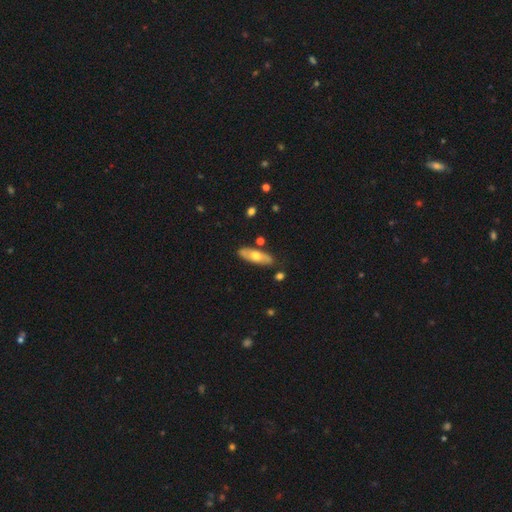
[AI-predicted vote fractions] This appears to be a smooth galaxy with no disk features (50%). Merging: none (83%).